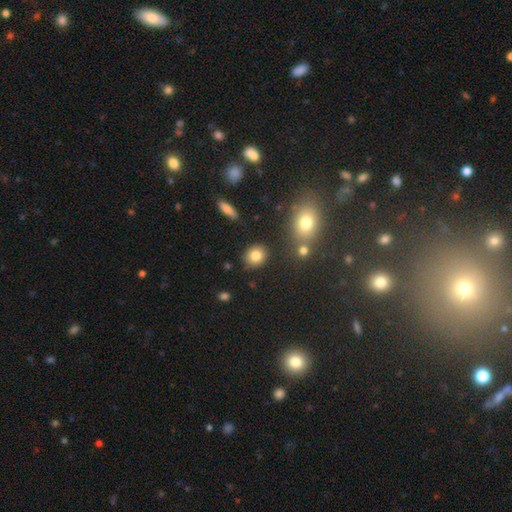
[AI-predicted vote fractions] Smooth or featured: smooth — 82% (star or artifact — 10%)
How rounded: round — 76% (in between — 23%)
Merging: none — 85% (minor disturbance — 9%)